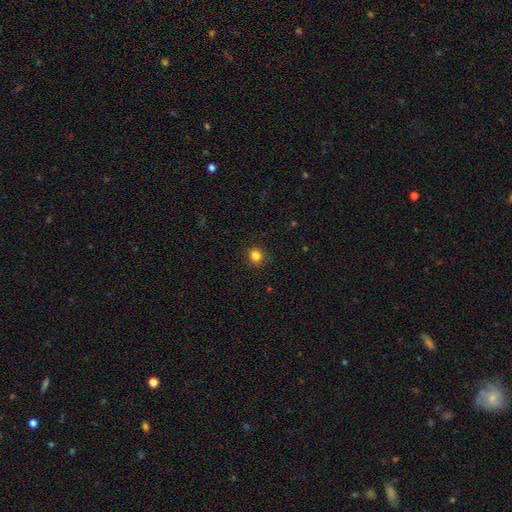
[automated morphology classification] Q: Smooth or featured?
A: smooth (84%); runner-up: star or artifact (12%)
Q: How rounded?
A: round (85%); runner-up: in between (14%)
Q: Merging?
A: none (87%); runner-up: minor disturbance (9%)